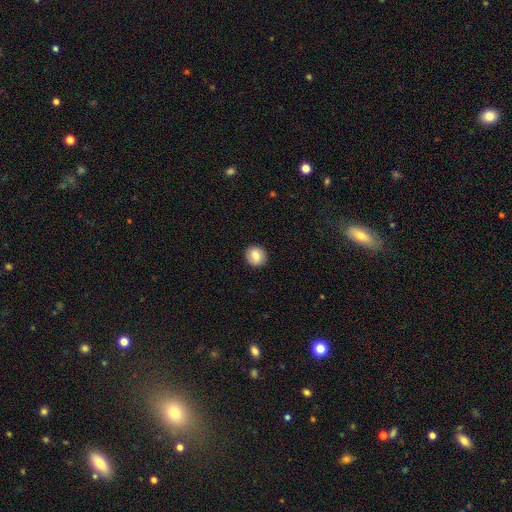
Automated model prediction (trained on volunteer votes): smooth 79%, featured or disk 13%, star or artifact 8%. Down the decision tree: how rounded — round (87%); merging — none (91%).